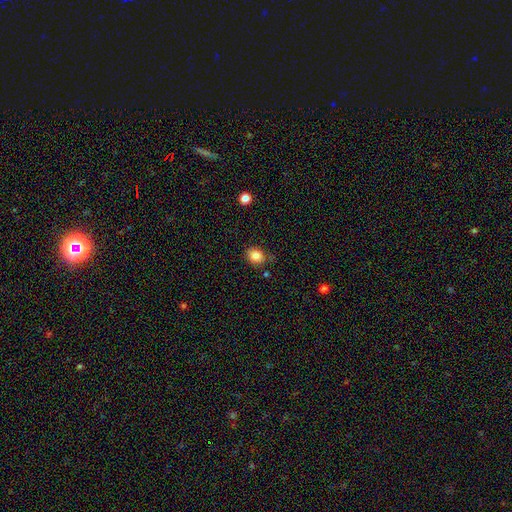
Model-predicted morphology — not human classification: Q: Smooth or featured?
A: smooth (85%); runner-up: star or artifact (10%)
Q: How rounded?
A: round (52%); runner-up: in between (47%)
Q: Merging?
A: none (74%); runner-up: minor disturbance (19%)